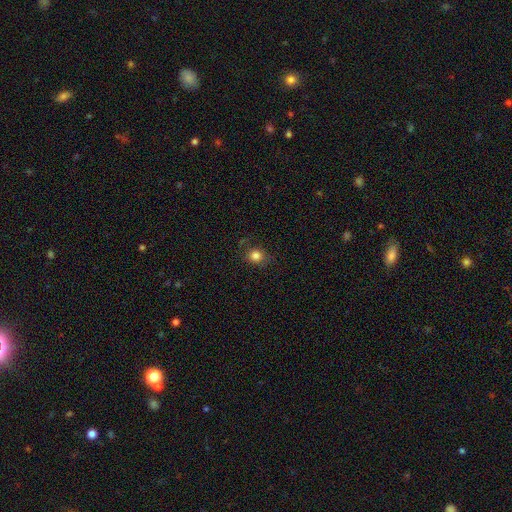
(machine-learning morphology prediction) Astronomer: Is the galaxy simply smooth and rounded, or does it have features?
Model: smooth — 81%.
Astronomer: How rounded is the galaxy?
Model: round — 75%.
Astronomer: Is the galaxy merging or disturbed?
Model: none — 78%.